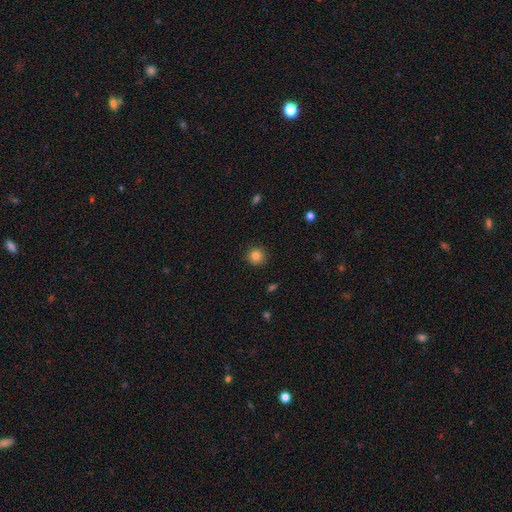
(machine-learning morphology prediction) Overall: smooth (85%). How rounded: round (93%). Merging: none (90%).